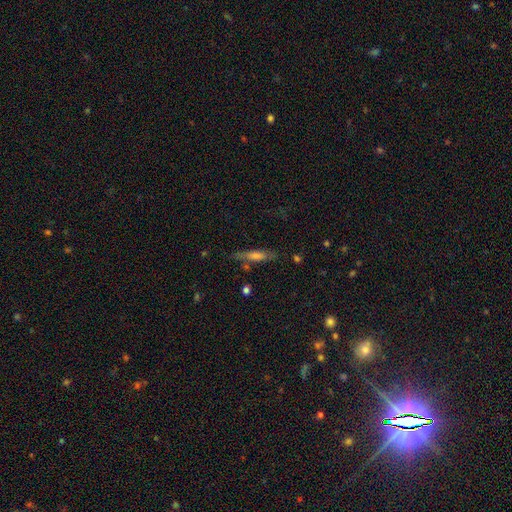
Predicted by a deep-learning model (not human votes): The model was most divided on "smooth or featured": smooth: 46%, featured or disk: 44%, star or artifact: 10%. More confident: merging — none (75%).